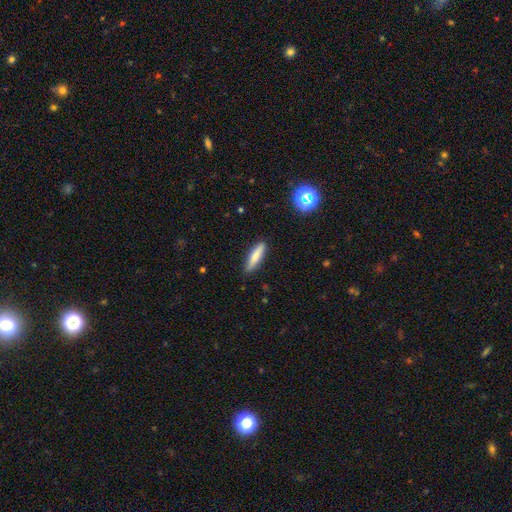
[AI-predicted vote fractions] Smooth or featured: smooth — 77% (featured or disk — 16%)
How rounded: cigar-shaped — 77% (in between — 22%)
Merging: none — 87% (minor disturbance — 10%)